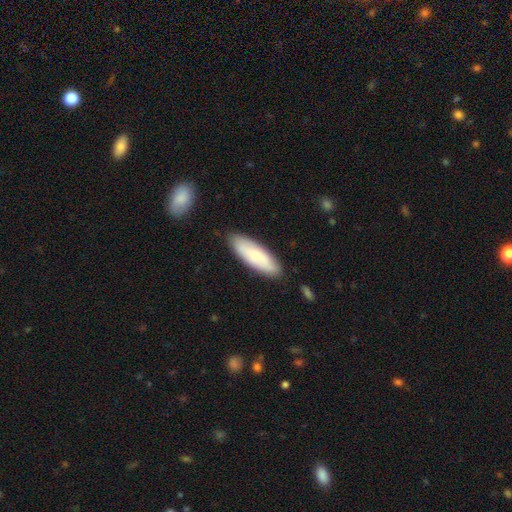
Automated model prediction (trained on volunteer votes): Smooth or featured: smooth — 67% (featured or disk — 28%)
How rounded: in between — 59% (cigar-shaped — 39%)
Merging: none — 86% (minor disturbance — 11%)